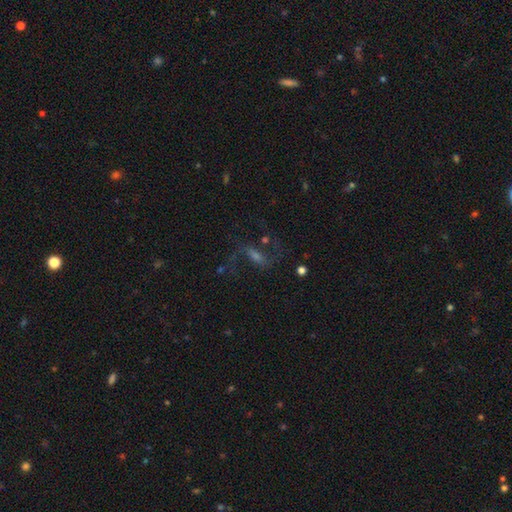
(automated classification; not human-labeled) Morphology: type=featured or disk (67%); edge-on=no (92%); bar=weak (47%); spiral arms=yes (91%); winding=loose (72%); arm count=2 (90%); bulge=moderate (36%); merging=none (66%).